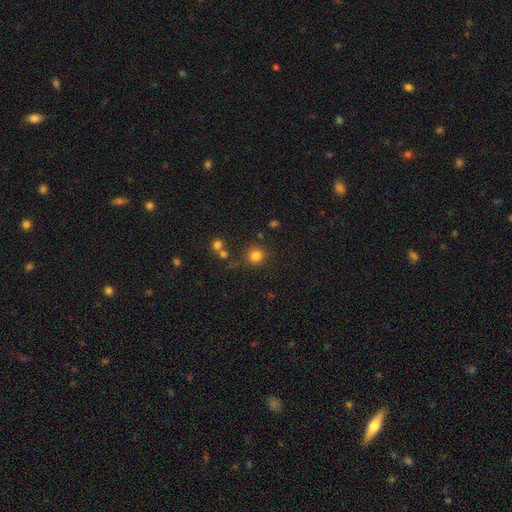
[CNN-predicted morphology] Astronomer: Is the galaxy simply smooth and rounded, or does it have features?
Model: smooth — 81%.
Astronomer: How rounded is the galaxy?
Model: round — 92%.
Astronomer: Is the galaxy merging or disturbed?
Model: none — 80%.